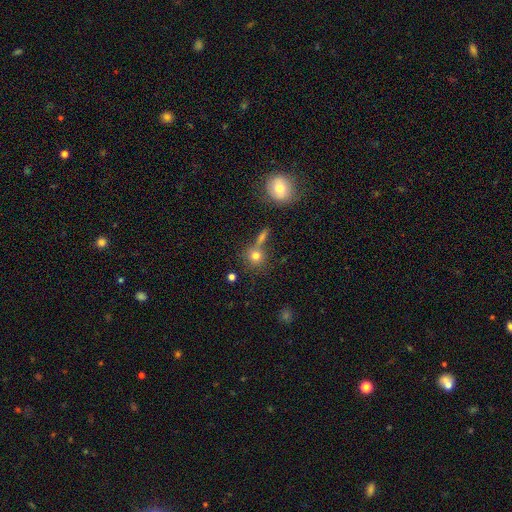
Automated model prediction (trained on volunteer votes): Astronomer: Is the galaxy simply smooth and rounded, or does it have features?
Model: smooth — 75%.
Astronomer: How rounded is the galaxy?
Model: round — 87%.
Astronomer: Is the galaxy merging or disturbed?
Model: none — 62%.